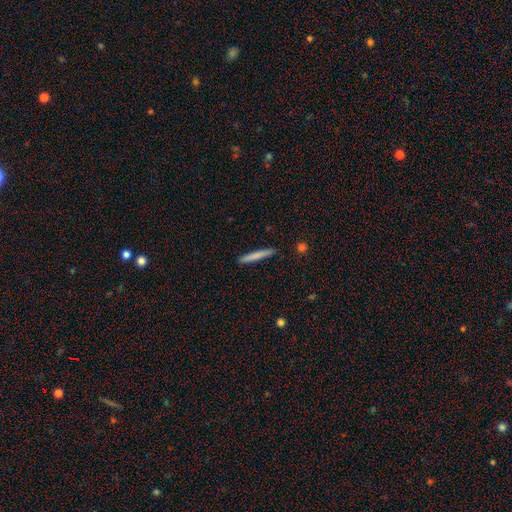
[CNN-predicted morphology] A smooth galaxy with no disk features (76%) that is cigar-shaped (96%). Merging: none (91%).